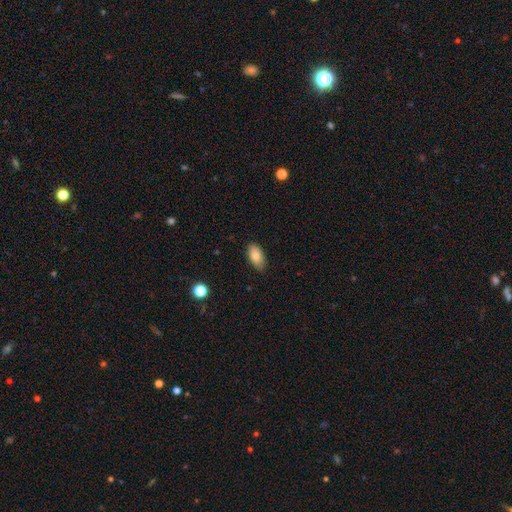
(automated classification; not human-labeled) Smooth or featured? smooth (81%)
How rounded? in between (93%)
Merging? none (84%)